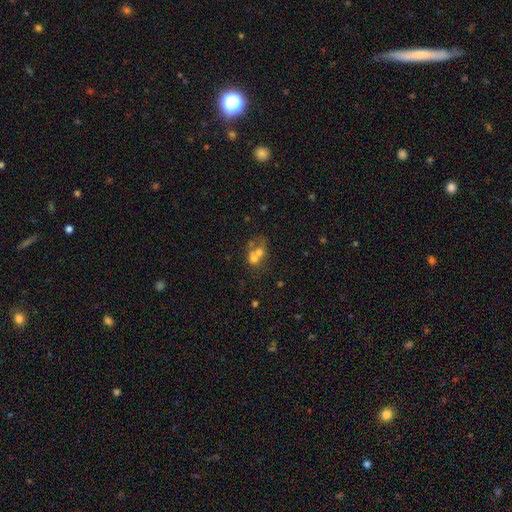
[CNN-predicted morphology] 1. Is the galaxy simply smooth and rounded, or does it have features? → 55% smooth, 29% featured or disk, 16% star or artifact.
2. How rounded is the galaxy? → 67% round, 32% in between, 1% cigar-shaped.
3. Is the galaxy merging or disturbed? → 61% merger, 26% none, 7% minor disturbance, 6% major disturbance.